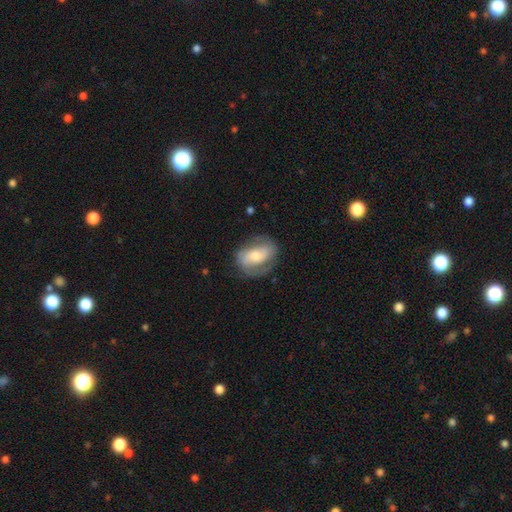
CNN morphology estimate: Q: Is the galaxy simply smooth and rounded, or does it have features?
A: featured or disk — 67%.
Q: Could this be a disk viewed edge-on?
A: no — 95%.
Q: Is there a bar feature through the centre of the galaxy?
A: no — 40%.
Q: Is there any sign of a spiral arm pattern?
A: yes — 83%.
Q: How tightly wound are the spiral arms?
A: medium — 43%.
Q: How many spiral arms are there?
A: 2 — 77%.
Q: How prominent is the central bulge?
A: moderate — 53%.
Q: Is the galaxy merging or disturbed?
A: none — 68%.